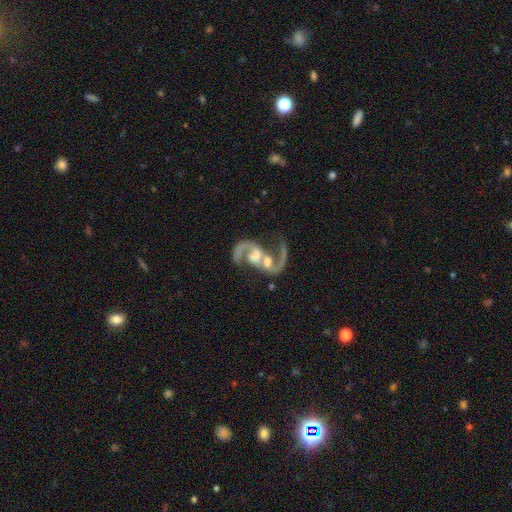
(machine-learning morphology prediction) smooth_or_featured: featured or disk (p=0.90) [alt: star or artifact p=0.06]
disk_edge_on: no (p=0.97) [alt: yes p=0.03]
bar: no (p=0.39) [tied with: weak p=0.39]
has_spiral_arms: yes (p=0.96) [alt: no p=0.04]
spiral_winding: loose (p=0.51) [alt: medium p=0.41]
spiral_arm_count: 2 (p=0.90) [alt: 1 p=0.05]
bulge_size: moderate (p=0.52) [alt: small p=0.32]
merging: none (p=0.43) [alt: merger p=0.30]